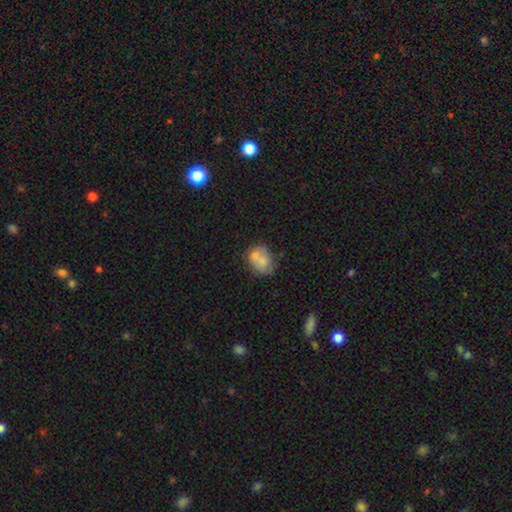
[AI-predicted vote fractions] Smooth or featured?
  - smooth: 57% *
  - featured or disk: 26%
  - star or artifact: 17%
How rounded?
  - round: 50% *
  - in between: 48%
  - cigar-shaped: 2%
Merging?
  - none: 46% *
  - merger: 33%
  - minor disturbance: 14%
  - major disturbance: 6%